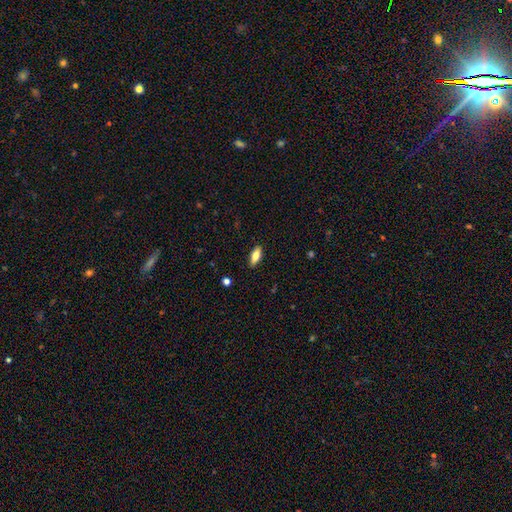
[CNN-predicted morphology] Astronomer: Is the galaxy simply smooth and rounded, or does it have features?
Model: smooth — 74%.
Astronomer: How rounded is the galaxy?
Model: in between — 76%.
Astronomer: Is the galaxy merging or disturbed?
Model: none — 88%.